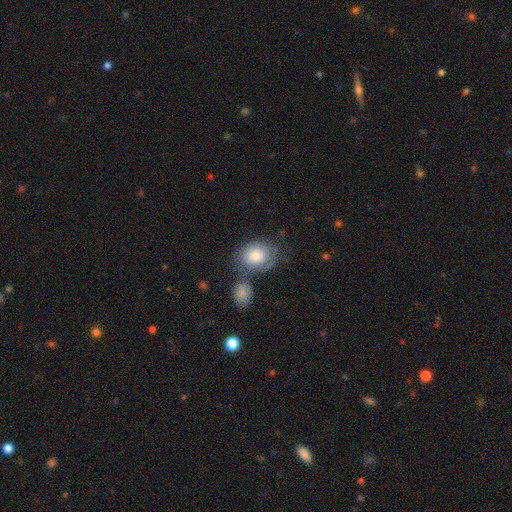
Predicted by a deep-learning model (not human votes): Smooth or featured: smooth — 74% (featured or disk — 19%)
How rounded: in between — 63% (round — 36%)
Merging: none — 41% (merger — 24%)